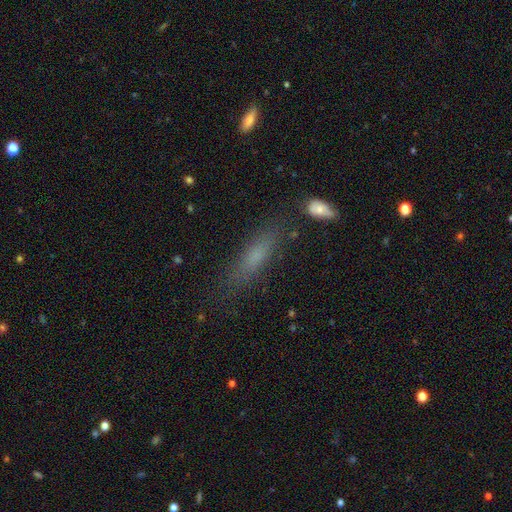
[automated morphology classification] smooth 67%, featured or disk 20%, star or artifact 13%. Down the decision tree: how rounded — cigar-shaped (66%); merging — none (74%).